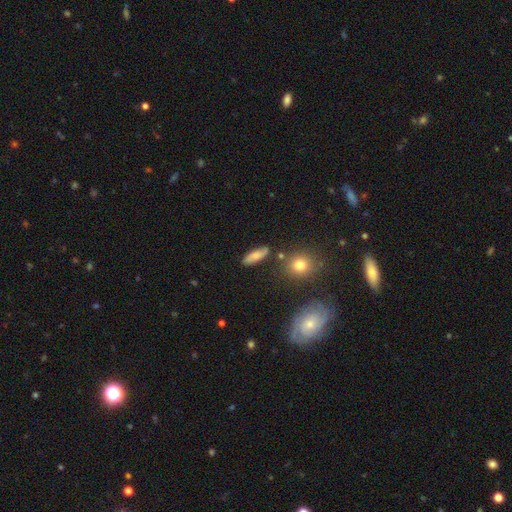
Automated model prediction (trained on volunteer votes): smooth-or-featured: smooth: 69% | featured or disk: 21% | star or artifact: 9%
  how-rounded: in between: 64% | cigar-shaped: 31% | round: 6%
  merging: none: 77% | minor disturbance: 14% | merger: 5% | major disturbance: 4%